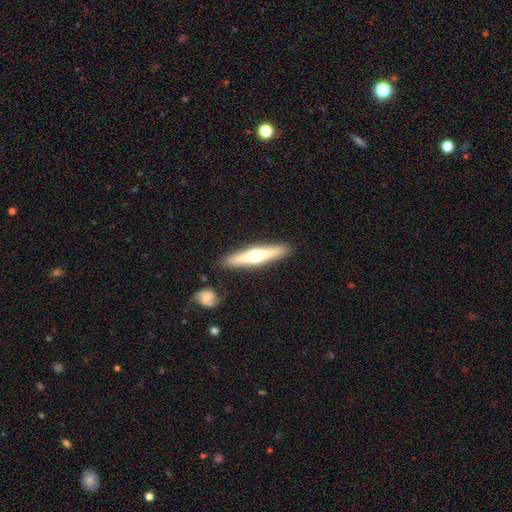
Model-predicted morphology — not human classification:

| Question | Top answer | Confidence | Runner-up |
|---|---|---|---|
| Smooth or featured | featured or disk | 60% | smooth (35%) |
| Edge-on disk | yes | 94% | no (6%) |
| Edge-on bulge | rounded | 93% | none (4%) |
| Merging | none | 89% | minor disturbance (7%) |